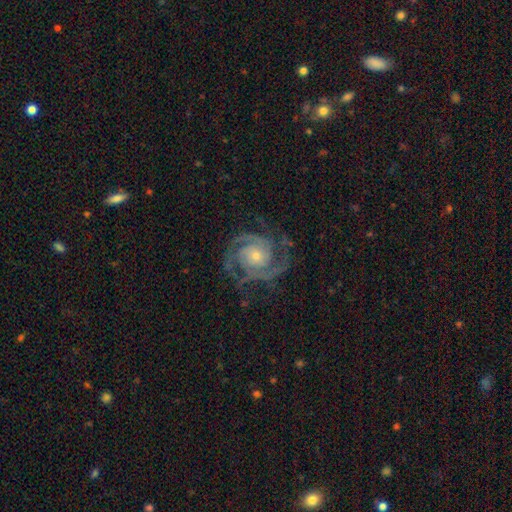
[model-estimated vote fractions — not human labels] Overall: featured or disk (92%). Edge-on disk: no (98%). Bar: no (71%). Spiral arms: yes (98%). Spiral arm count: 2 (50%; 3 28%). Spiral winding: tight (63%; medium 32%). Bulge size: small (62%; moderate 33%). Merging: none (76%).